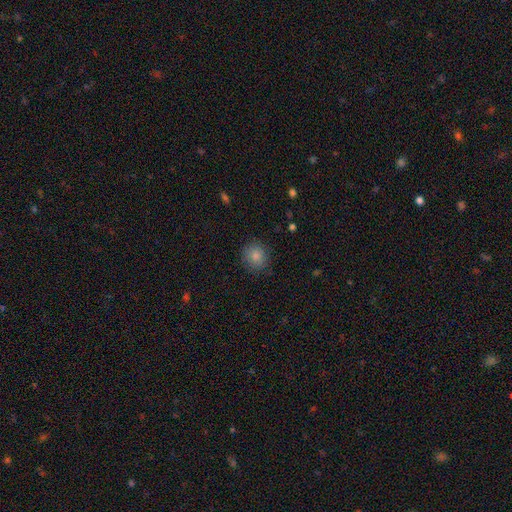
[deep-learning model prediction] Overall: smooth (84%). How rounded: round (84%). Merging: none (85%).